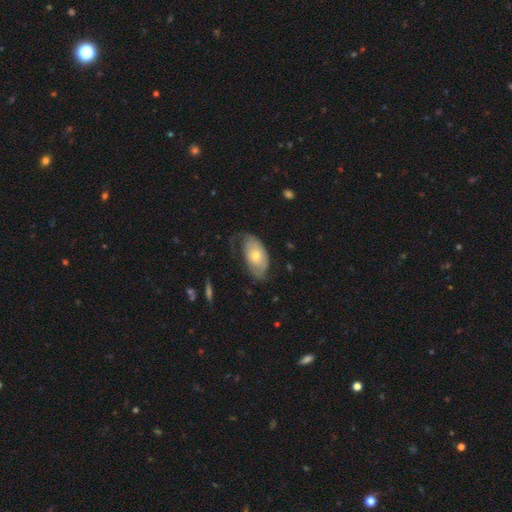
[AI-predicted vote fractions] A smooth galaxy with no disk features (48%). Merging: none (46%).